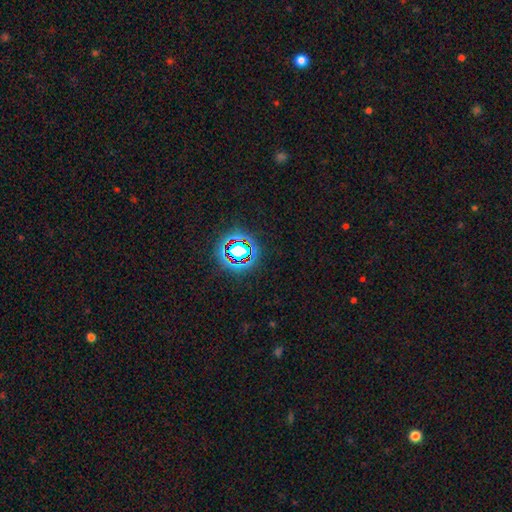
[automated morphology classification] Q: Smooth or featured?
A: star or artifact (74%); runner-up: smooth (16%)